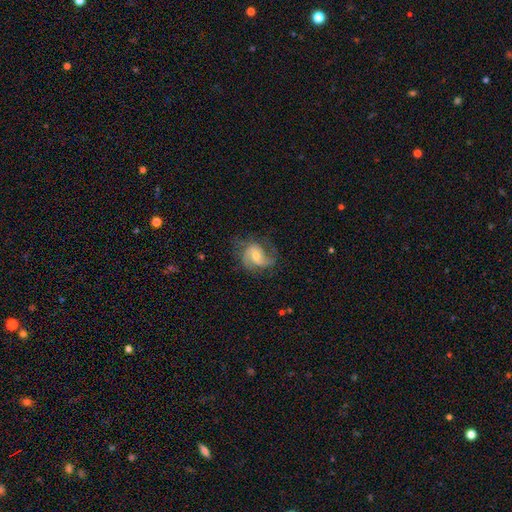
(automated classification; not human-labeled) featured or disk 79%, smooth 15%, star or artifact 6%. Down the decision tree: edge-on disk — no (98%); bar — no (45%); spiral arms — yes (95%); spiral arm count — 2 (63%); spiral winding — medium (49%); bulge size — moderate (50%); merging — none (58%).